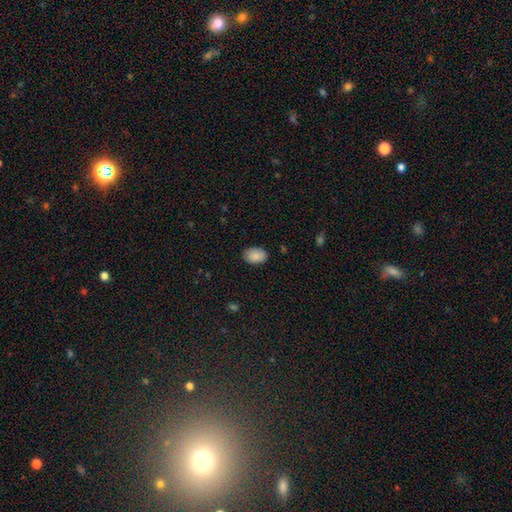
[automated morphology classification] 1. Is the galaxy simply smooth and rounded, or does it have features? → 88% smooth, 7% star or artifact, 5% featured or disk.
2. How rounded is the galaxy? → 88% in between, 11% round, 1% cigar-shaped.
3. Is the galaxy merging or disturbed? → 84% none, 13% minor disturbance, 2% major disturbance, 1% merger.